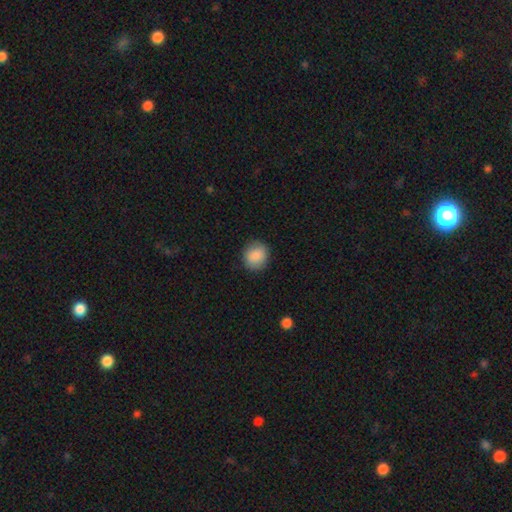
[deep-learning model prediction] The model was most divided on "how rounded": round: 80%, in between: 19%, cigar-shaped: 1%. More confident: merging — none (87%); smooth or featured — smooth (87%).